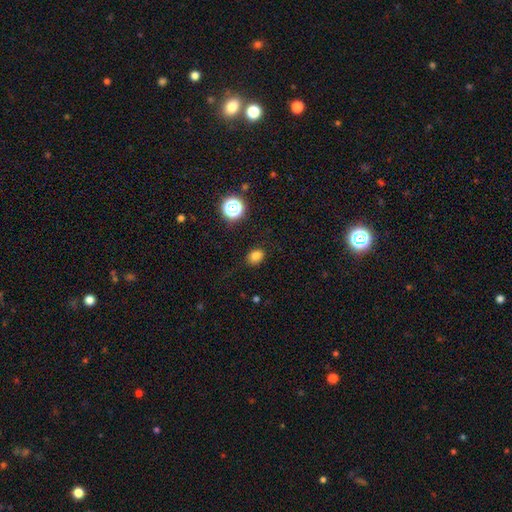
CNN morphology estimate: smooth_or_featured: smooth (p=0.80) [alt: star or artifact p=0.15]
how_rounded: in between (p=0.55) [alt: round p=0.44]
merging: none (p=0.85) [alt: minor disturbance p=0.11]